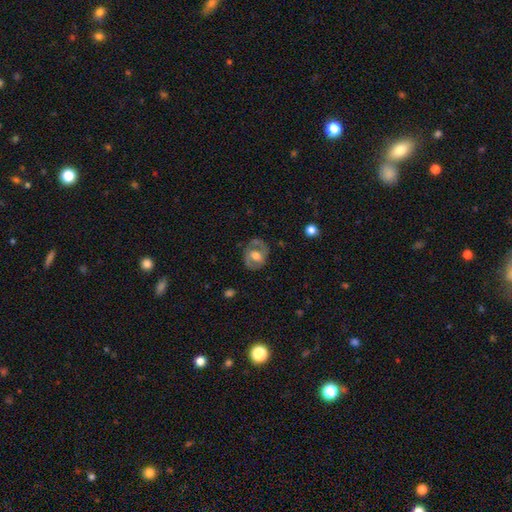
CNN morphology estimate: Smooth or featured? featured or disk (56%)
Edge-on disk? no (95%)
Bar? no (57%)
Spiral arms? no (53%)
Bulge size? moderate (53%)
Merging? none (68%)